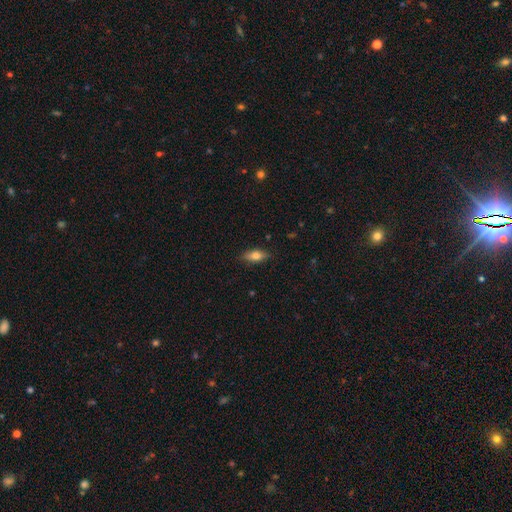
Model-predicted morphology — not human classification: Q: Smooth or featured?
A: smooth (72%); runner-up: featured or disk (20%)
Q: How rounded?
A: in between (75%); runner-up: cigar-shaped (21%)
Q: Merging?
A: none (84%); runner-up: minor disturbance (13%)